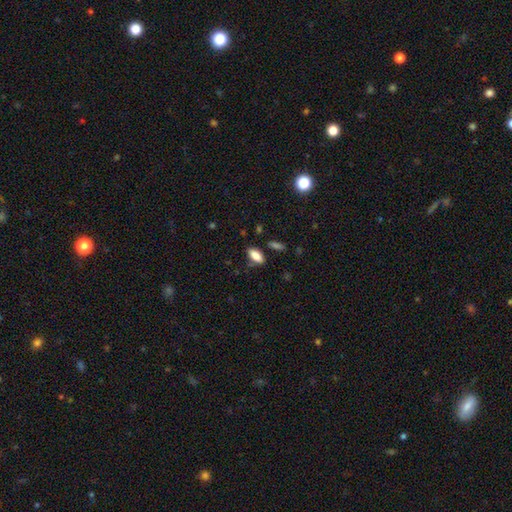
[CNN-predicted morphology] Q: Smooth or featured?
A: smooth (84%); runner-up: star or artifact (8%)
Q: How rounded?
A: in between (87%); runner-up: cigar-shaped (10%)
Q: Merging?
A: none (80%); runner-up: minor disturbance (14%)